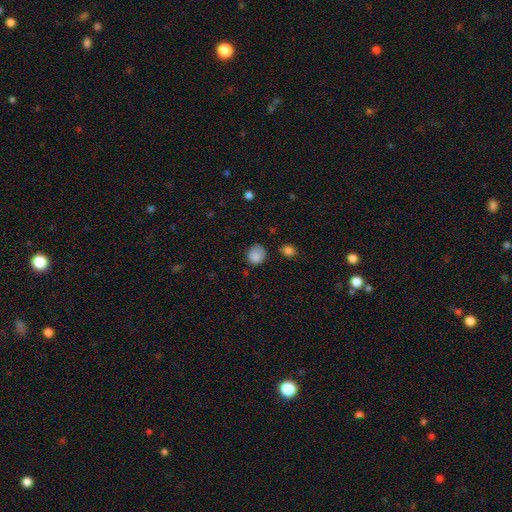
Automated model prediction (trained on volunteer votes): The model was most divided on "merging": none: 63%, minor disturbance: 28%, major disturbance: 7%, merger: 3%. More confident: smooth or featured — smooth (85%); how rounded — round (71%).